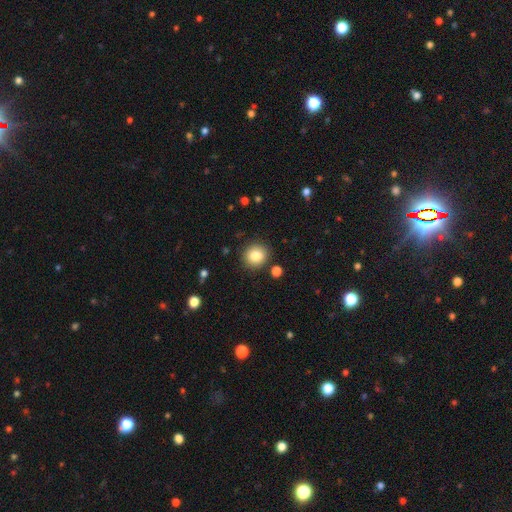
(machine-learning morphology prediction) Overall: smooth (84%). How rounded: round (87%). Merging: none (87%).